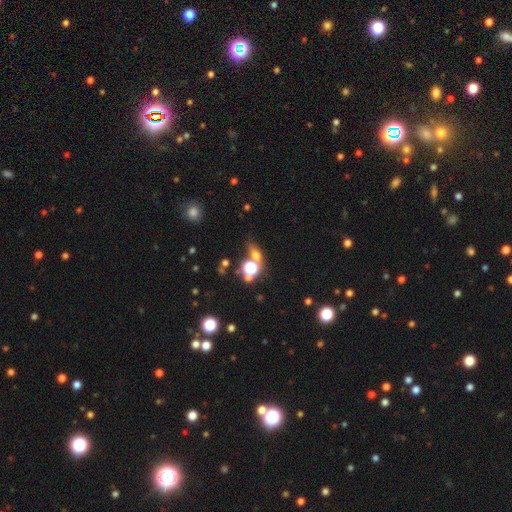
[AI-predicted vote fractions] smooth_or_featured: smooth (p=0.49) [alt: star or artifact p=0.38]
merging: none (p=0.58) [alt: merger p=0.22]